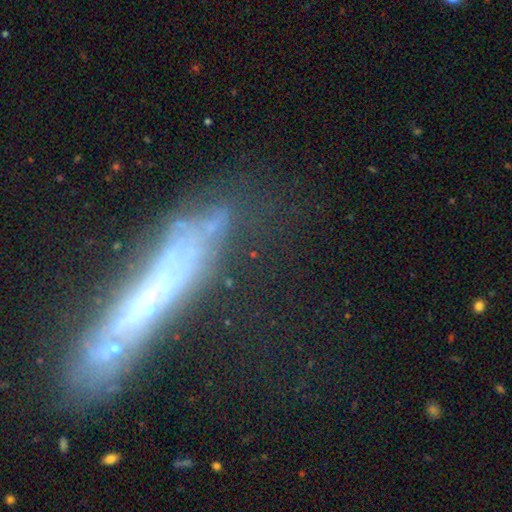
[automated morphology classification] featured or disk 50%, smooth 28%, star or artifact 22%. Down the decision tree: merging — none (59%).